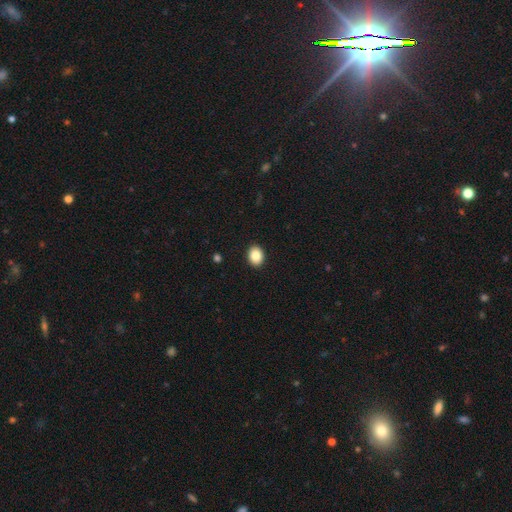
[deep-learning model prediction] Smooth or featured?
  - smooth: 86% *
  - star or artifact: 8%
  - featured or disk: 5%
How rounded?
  - in between: 57% *
  - round: 42%
  - cigar-shaped: 1%
Merging?
  - none: 92% *
  - minor disturbance: 6%
  - major disturbance: 2%
  - merger: 1%